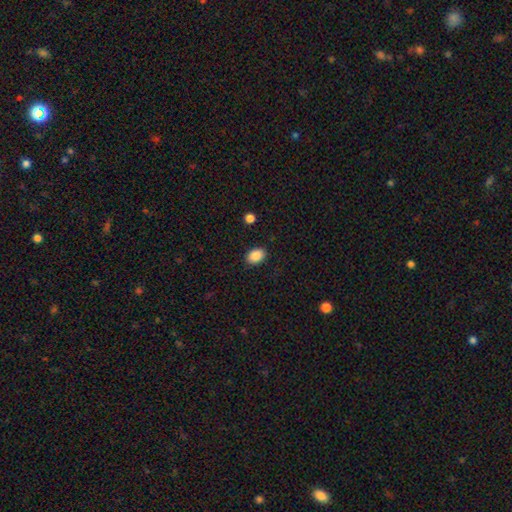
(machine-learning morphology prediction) A smooth galaxy with no disk features (88%) that is in between round and cigar-shaped (78%).

Vote fractions:
- Smooth or featured? smooth: 88% / star or artifact: 8% / featured or disk: 4%
- How rounded? in between: 78% / round: 21% / cigar-shaped: 1%
- Merging? none: 88% / minor disturbance: 9% / major disturbance: 2% / merger: 1%